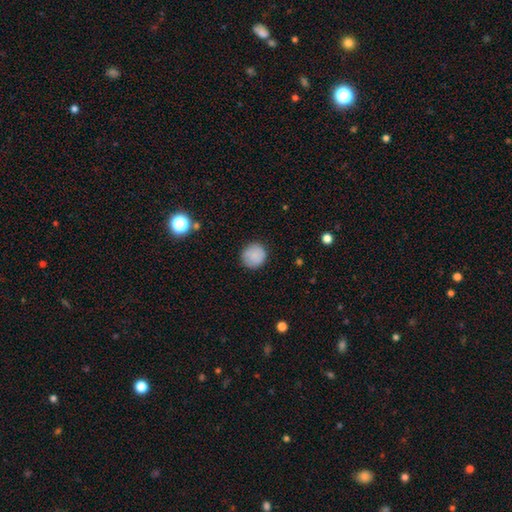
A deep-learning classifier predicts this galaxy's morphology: type=smooth (86%); roundness=round (93%); merging=none (88%).